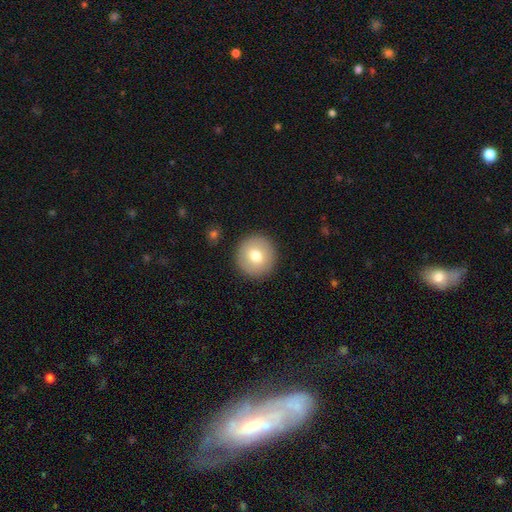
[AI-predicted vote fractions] Smooth or featured? Predicted: smooth (p=0.73). How rounded? Predicted: round (p=0.94). Merging? Predicted: none (p=0.91).